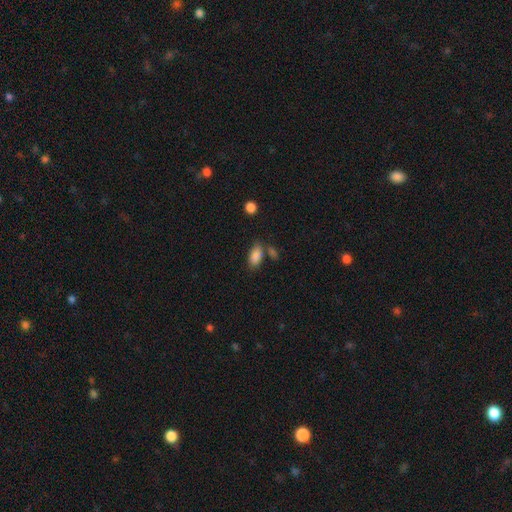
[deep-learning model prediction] smooth 85%, star or artifact 8%, featured or disk 6%. Down the decision tree: how rounded — in between (90%); merging — none (64%).